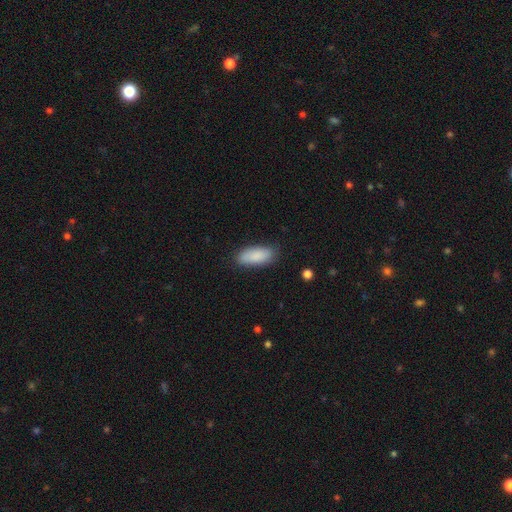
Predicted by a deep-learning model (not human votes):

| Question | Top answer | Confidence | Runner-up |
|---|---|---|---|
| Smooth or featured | smooth | 88% | featured or disk (6%) |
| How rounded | in between | 79% | cigar-shaped (19%) |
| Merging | none | 82% | minor disturbance (14%) |